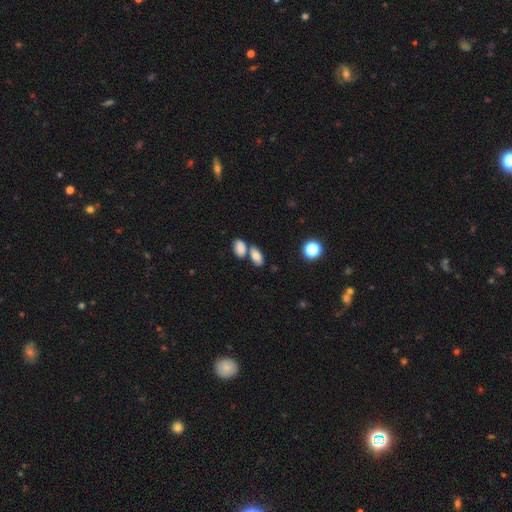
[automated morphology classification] This appears to be a smooth galaxy with no disk features (80%) that is in between round and cigar-shaped (88%). Merging: none (53%).